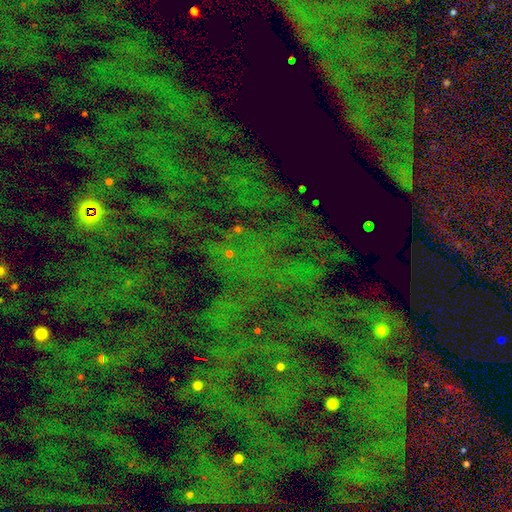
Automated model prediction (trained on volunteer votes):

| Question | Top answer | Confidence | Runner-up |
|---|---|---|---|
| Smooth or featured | star or artifact | 80% | smooth (11%) |